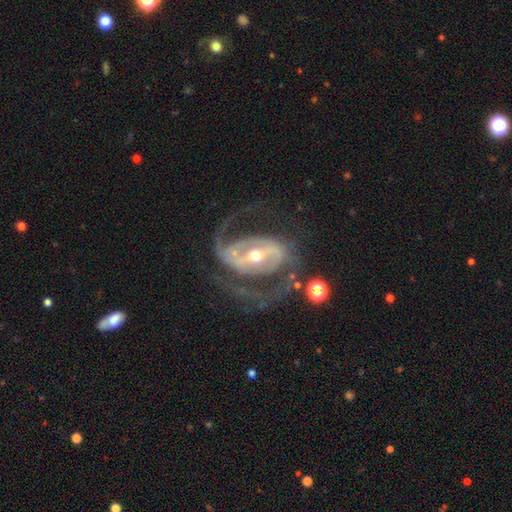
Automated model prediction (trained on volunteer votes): Smooth or featured?
  - featured or disk: 91% *
  - star or artifact: 5%
  - smooth: 4%
Edge-on disk?
  - no: 97% *
  - yes: 3%
Bar?
  - strong: 57% *
  - weak: 29%
  - no: 14%
Spiral arms?
  - yes: 96% *
  - no: 4%
Spiral winding?
  - medium: 55% *
  - loose: 24%
  - tight: 20%
Spiral arm count?
  - 2: 89% *
  - 3: 3%
  - can't tell: 3%
  - 1: 2%
  - 4: 1%
  - more than 4: 1%
Bulge size?
  - moderate: 56% *
  - small: 38%
  - large: 4%
  - dominant: 1%
  - none: 1%
Merging?
  - none: 66% *
  - major disturbance: 17%
  - minor disturbance: 14%
  - merger: 3%